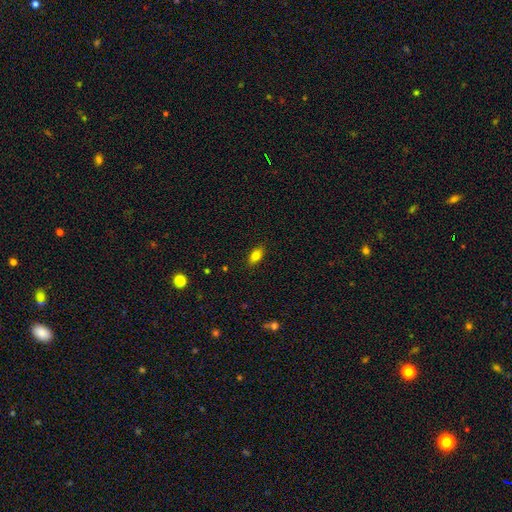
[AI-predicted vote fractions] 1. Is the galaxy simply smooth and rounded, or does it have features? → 80% smooth, 11% featured or disk, 9% star or artifact.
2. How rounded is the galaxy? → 86% in between, 8% round, 6% cigar-shaped.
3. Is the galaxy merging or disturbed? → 87% none, 10% minor disturbance, 2% major disturbance, 1% merger.